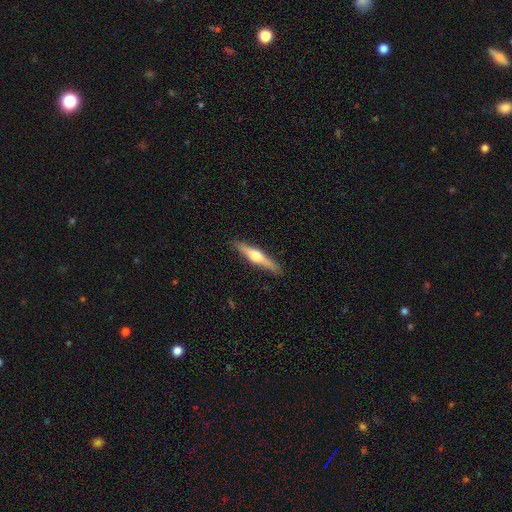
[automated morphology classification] Overall: featured or disk (64%; smooth 31%). Edge-on disk: yes (97%). Edge-on bulge: rounded (93%). Merging: none (90%).